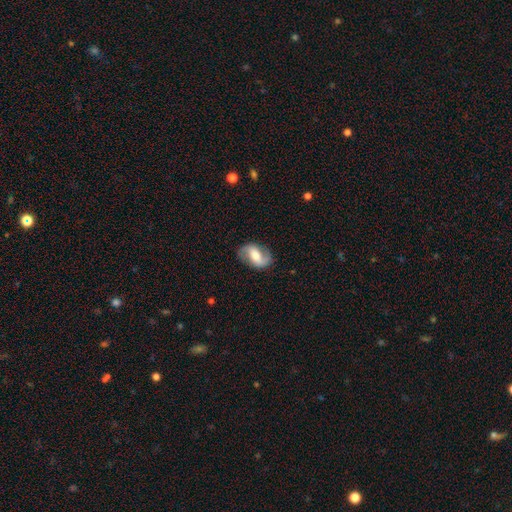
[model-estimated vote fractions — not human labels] smooth_or_featured: featured or disk (p=0.71) [alt: smooth p=0.23]
disk_edge_on: no (p=0.96) [alt: yes p=0.04]
bar: weak (p=0.42) [alt: no p=0.30]
has_spiral_arms: yes (p=0.91) [alt: no p=0.09]
spiral_winding: loose (p=0.52) [alt: medium p=0.35]
spiral_arm_count: 2 (p=0.90) [alt: can't tell p=0.04]
bulge_size: moderate (p=0.56) [alt: small p=0.22]
merging: none (p=0.80) [alt: minor disturbance p=0.14]